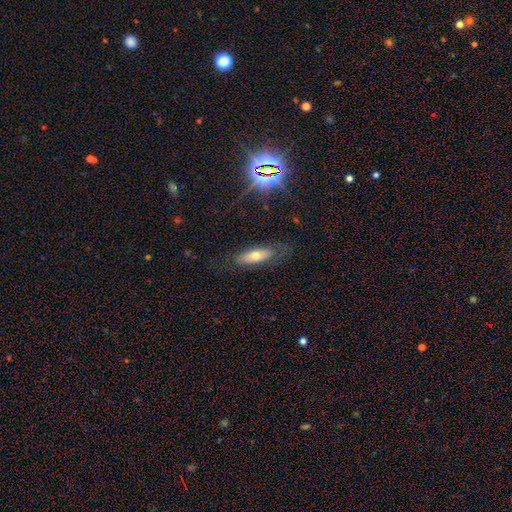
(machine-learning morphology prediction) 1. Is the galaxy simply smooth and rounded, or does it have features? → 58% smooth, 32% featured or disk, 10% star or artifact.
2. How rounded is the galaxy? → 57% in between, 41% cigar-shaped, 3% round.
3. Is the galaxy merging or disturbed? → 71% none, 19% minor disturbance, 9% major disturbance, 2% merger.